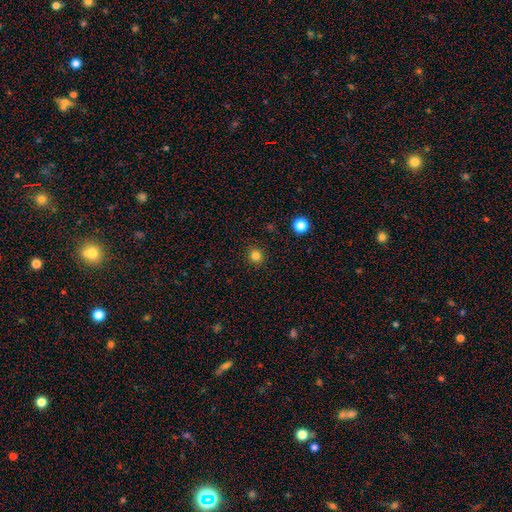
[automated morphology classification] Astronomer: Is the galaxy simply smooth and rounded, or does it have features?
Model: smooth — 82%.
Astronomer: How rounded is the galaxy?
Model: round — 87%.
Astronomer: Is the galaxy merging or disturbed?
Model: none — 91%.